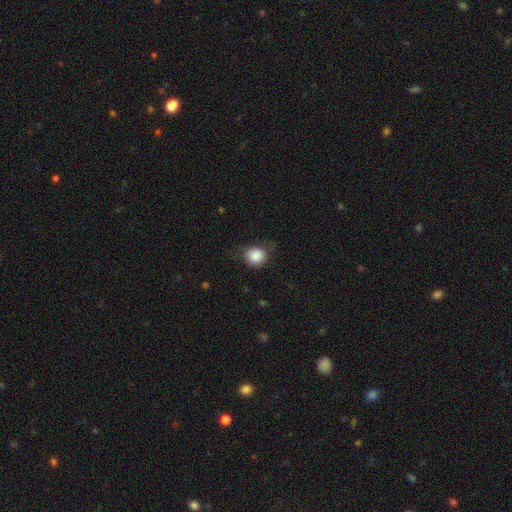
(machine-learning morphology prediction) A smooth galaxy with no disk features (85%) that is round (78%).

Vote fractions:
- Smooth or featured? smooth: 85% / star or artifact: 9% / featured or disk: 7%
- How rounded? round: 78% / in between: 21% / cigar-shaped: 1%
- Merging? none: 66% / minor disturbance: 25% / major disturbance: 8% / merger: 1%